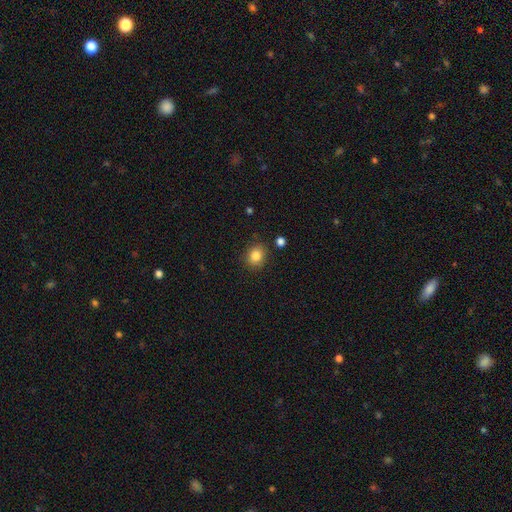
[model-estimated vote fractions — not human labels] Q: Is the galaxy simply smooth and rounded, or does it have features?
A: smooth — 84%.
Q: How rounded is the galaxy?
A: round — 69%.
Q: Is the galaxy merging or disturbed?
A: none — 85%.